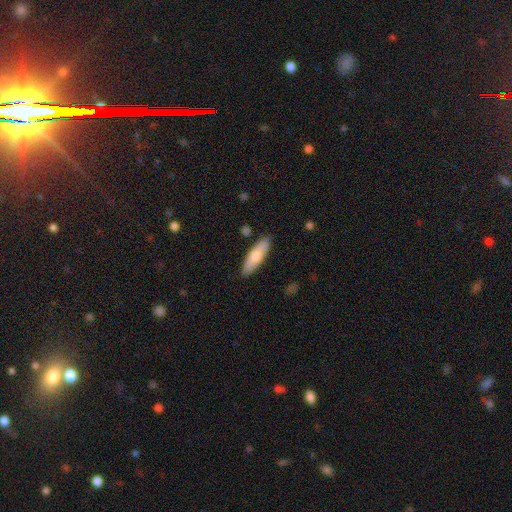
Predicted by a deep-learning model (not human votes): This is likely a smooth galaxy (75%). How rounded: possibly cigar-shaped (55%). Merging: clearly none (87%).